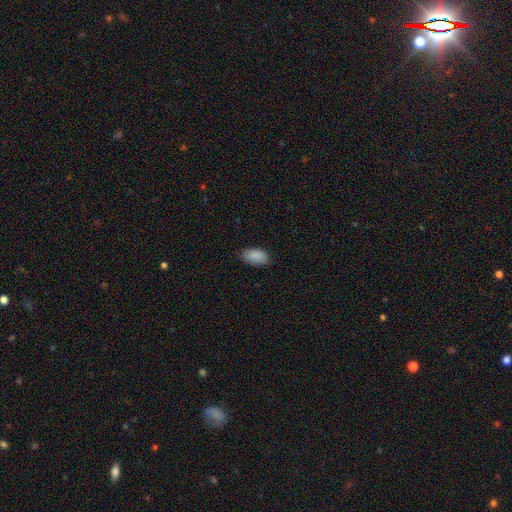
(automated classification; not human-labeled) smooth_or_featured: smooth (p=0.90) [alt: star or artifact p=0.06]
how_rounded: in between (p=0.94) [alt: round p=0.04]
merging: none (p=0.82) [alt: minor disturbance p=0.15]